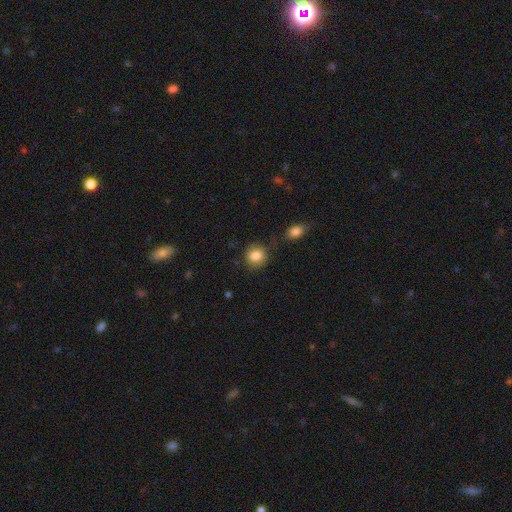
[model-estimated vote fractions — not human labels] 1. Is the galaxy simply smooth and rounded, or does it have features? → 84% smooth, 8% star or artifact, 8% featured or disk.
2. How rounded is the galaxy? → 77% round, 22% in between, 1% cigar-shaped.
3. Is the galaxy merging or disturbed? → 75% none, 15% minor disturbance, 5% merger, 5% major disturbance.